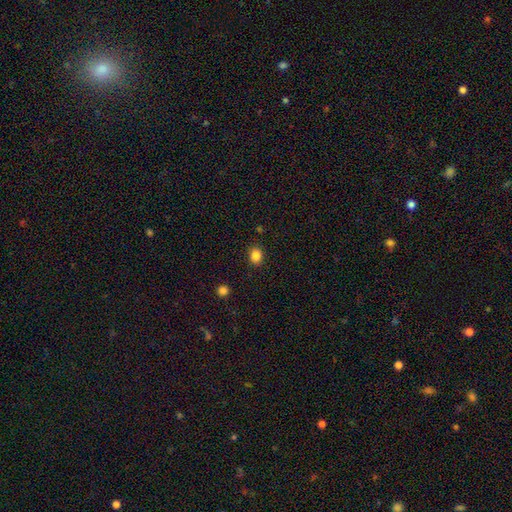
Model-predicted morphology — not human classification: Overall: smooth (85%). How rounded: round (53%; in between 46%). Merging: none (87%).